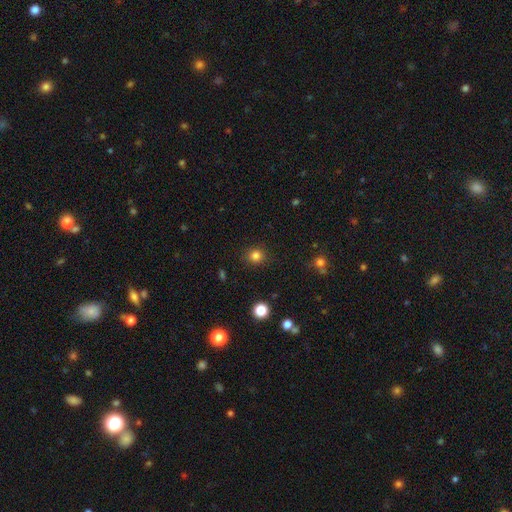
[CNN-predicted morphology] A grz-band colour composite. It shows a smooth galaxy with no disk features (82%) that is round (88%). Merging: none (89%).